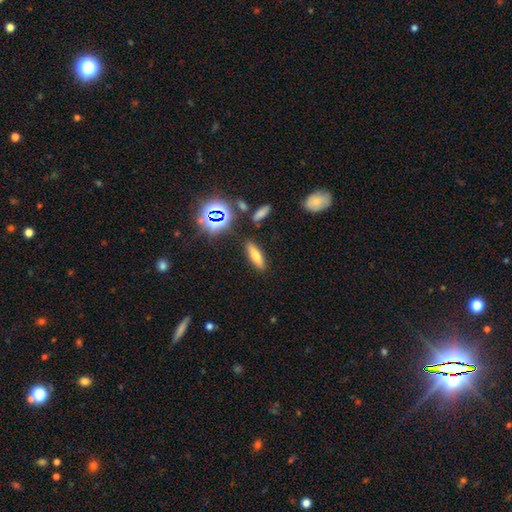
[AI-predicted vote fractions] Smooth or featured? smooth (65%)
How rounded? cigar-shaped (58%)
Merging? none (85%)